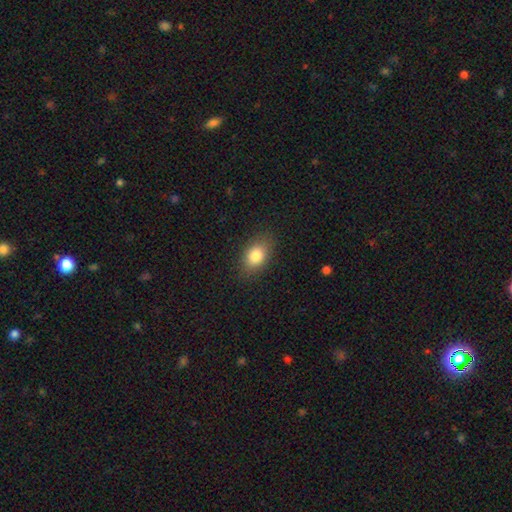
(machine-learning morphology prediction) smooth-or-featured: smooth: 82% | featured or disk: 9% | star or artifact: 9%
  how-rounded: in between: 81% | round: 17% | cigar-shaped: 2%
  merging: none: 84% | minor disturbance: 11% | major disturbance: 3% | merger: 1%